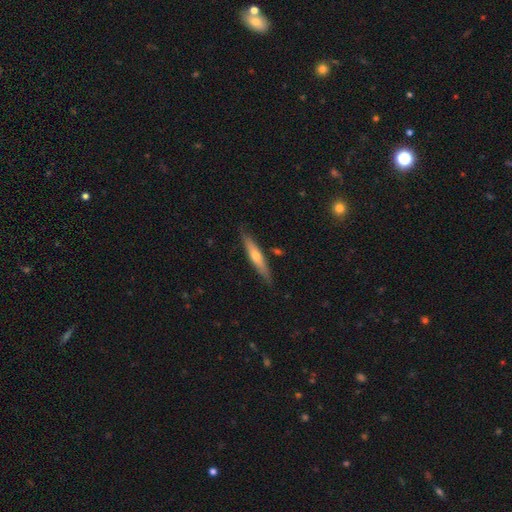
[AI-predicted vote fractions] Smooth or featured?
  - featured or disk: 51% *
  - smooth: 44%
  - star or artifact: 6%
Edge-on disk?
  - yes: 89% *
  - no: 11%
Merging?
  - none: 84% *
  - minor disturbance: 11%
  - merger: 2%
  - major disturbance: 2%